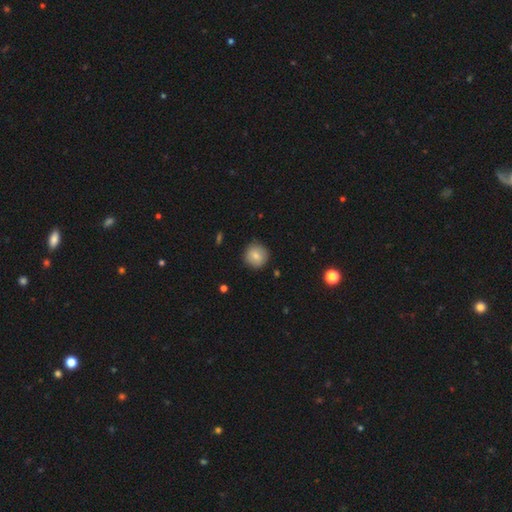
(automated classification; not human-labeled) Morphology: type=smooth (80%); roundness=round (93%); merging=none (87%).